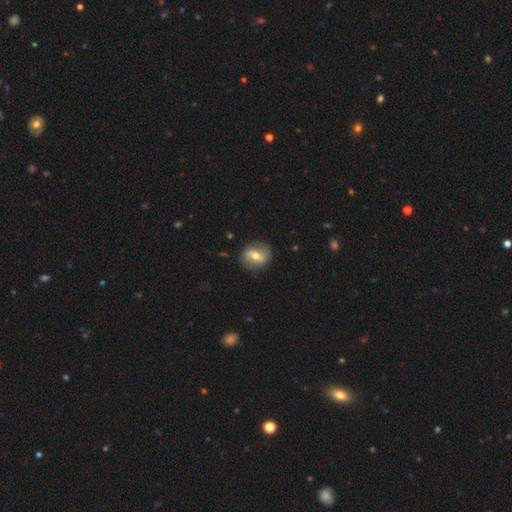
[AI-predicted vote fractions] The model was most divided on "smooth or featured": featured or disk: 47%, smooth: 45%, star or artifact: 8%. More confident: merging — none (83%).